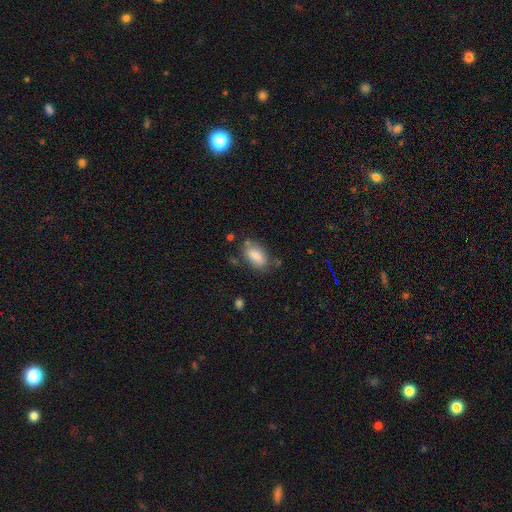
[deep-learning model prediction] smooth-or-featured: smooth: 82% | featured or disk: 11% | star or artifact: 7%
  how-rounded: in between: 90% | cigar-shaped: 6% | round: 5%
  merging: none: 73% | minor disturbance: 18% | major disturbance: 5% | merger: 4%